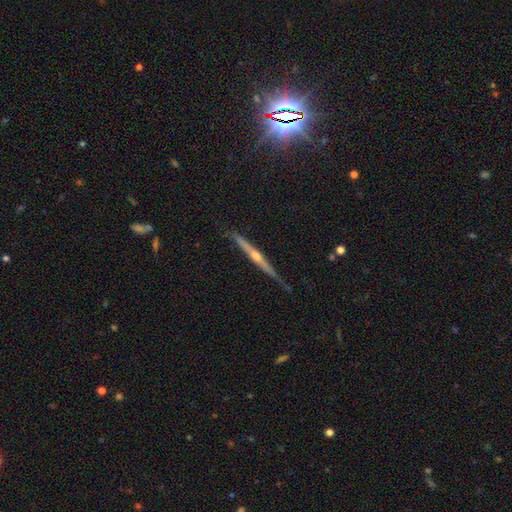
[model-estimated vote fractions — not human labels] Smooth or featured? Predicted: featured or disk (p=0.82). Edge-on disk? Predicted: yes (p=0.98). Edge-on bulge? Predicted: rounded (p=0.86). Merging? Predicted: none (p=0.84).